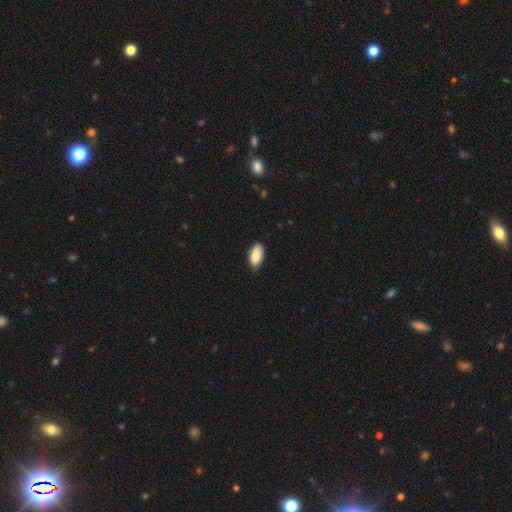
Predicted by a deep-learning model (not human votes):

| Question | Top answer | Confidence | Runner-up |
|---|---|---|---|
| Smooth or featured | smooth | 87% | featured or disk (7%) |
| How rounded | in between | 94% | cigar-shaped (3%) |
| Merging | none | 76% | minor disturbance (20%) |